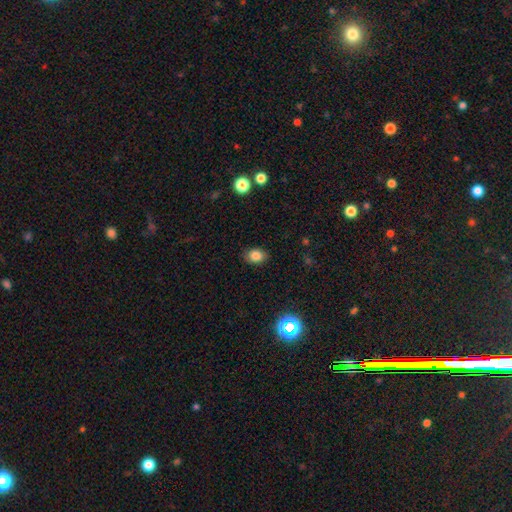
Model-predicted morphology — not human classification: A smooth galaxy with no disk features (83%) that is in between round and cigar-shaped (70%). Merging: none (86%).